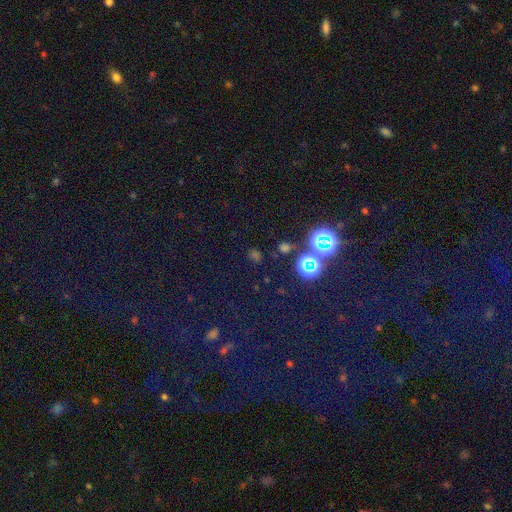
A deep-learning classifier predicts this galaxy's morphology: A star or artifact, not a galaxy (65%).